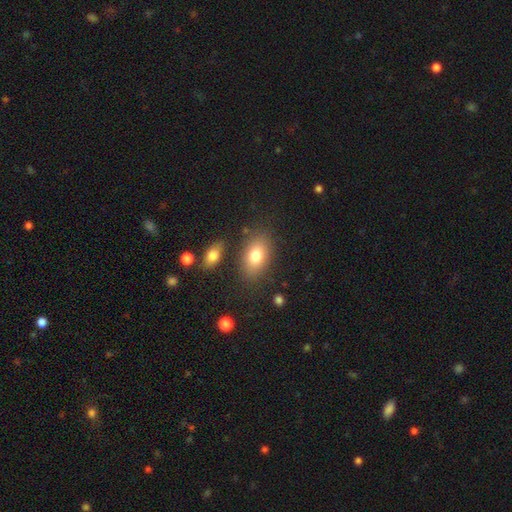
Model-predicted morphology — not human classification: This is likely a smooth galaxy (78%). How rounded: clearly in between (87%). Merging: likely none (80%).